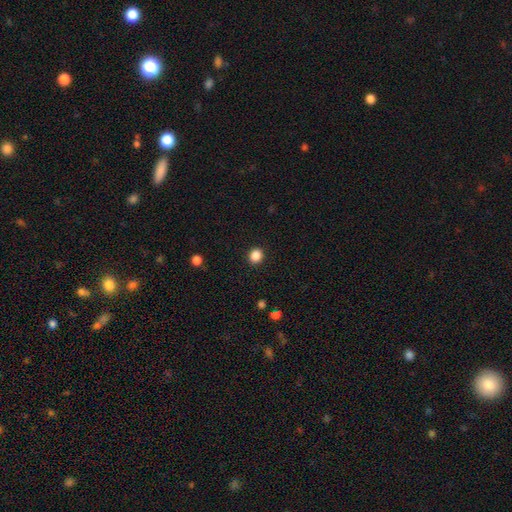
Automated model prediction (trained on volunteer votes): Smooth or featured? Predicted: smooth (p=0.87). How rounded? Predicted: round (p=0.76). Merging? Predicted: none (p=0.91).